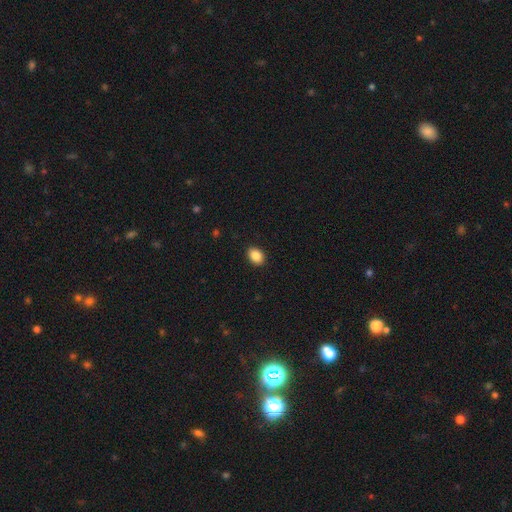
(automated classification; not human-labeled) smooth 88%, star or artifact 8%, featured or disk 4%. Down the decision tree: how rounded — in between (70%); merging — none (91%).